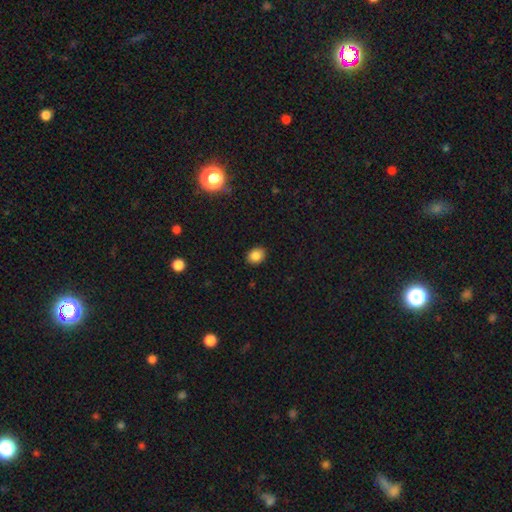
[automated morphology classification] Overall: smooth (84%). How rounded: in between (53%; round 46%). Merging: none (89%).